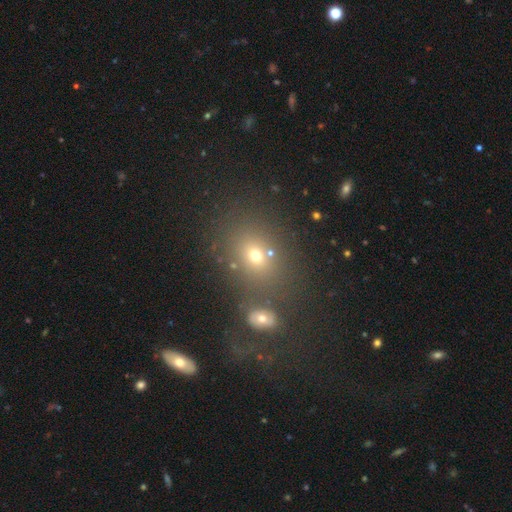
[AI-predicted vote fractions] smooth 65%, star or artifact 20%, featured or disk 14%. Down the decision tree: how rounded — in between (51%); merging — none (65%).